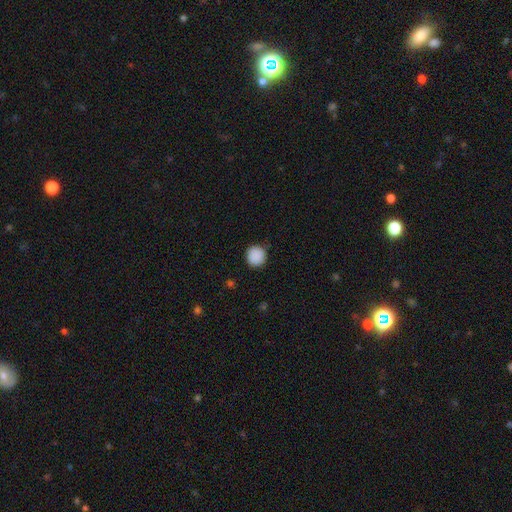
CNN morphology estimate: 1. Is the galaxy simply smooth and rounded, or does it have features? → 89% smooth, 8% star or artifact, 2% featured or disk.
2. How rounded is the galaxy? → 93% round, 6% in between, 1% cigar-shaped.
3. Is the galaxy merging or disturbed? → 88% none, 8% minor disturbance, 2% major disturbance, 1% merger.